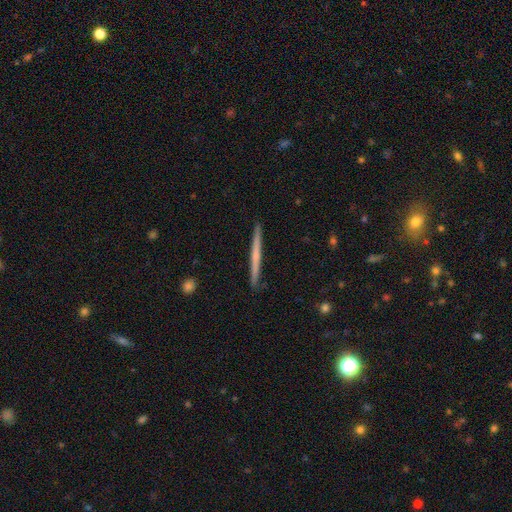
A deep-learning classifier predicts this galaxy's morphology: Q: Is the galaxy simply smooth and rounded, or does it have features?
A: smooth — 48%.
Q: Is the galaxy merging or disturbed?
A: none — 92%.